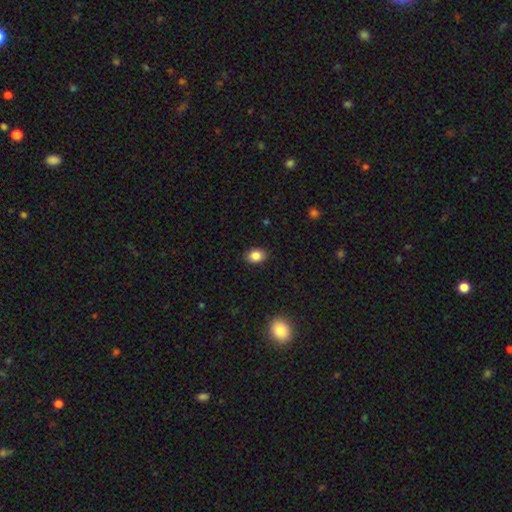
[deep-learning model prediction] A smooth galaxy with no disk features (86%) that is in between round and cigar-shaped (68%).

Vote fractions:
- Smooth or featured? smooth: 86% / star or artifact: 9% / featured or disk: 5%
- How rounded? in between: 68% / round: 30% / cigar-shaped: 1%
- Merging? none: 88% / minor disturbance: 9% / major disturbance: 2% / merger: 1%